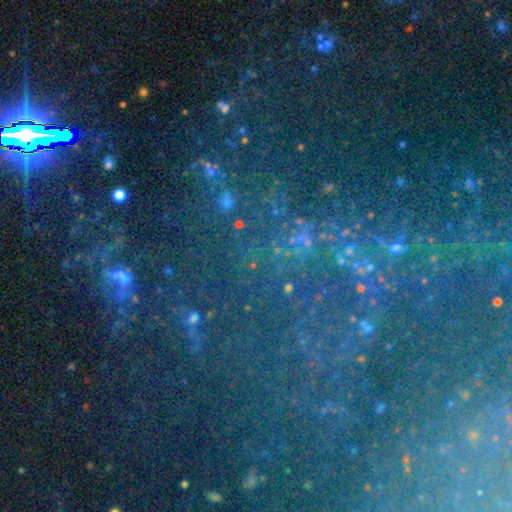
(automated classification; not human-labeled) smooth_or_featured: star or artifact (p=0.76) [alt: smooth p=0.13]